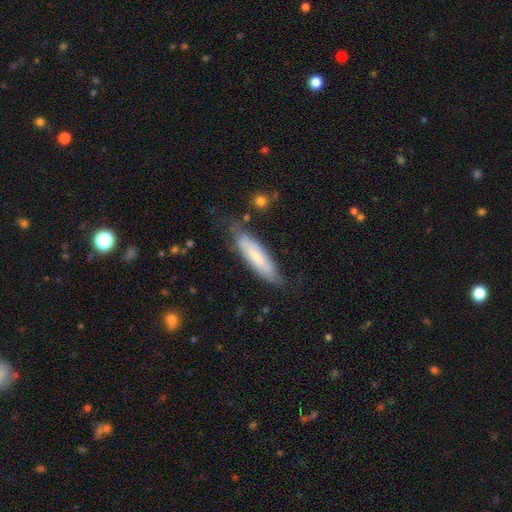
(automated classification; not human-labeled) smooth 64%, featured or disk 30%, star or artifact 6%. Down the decision tree: how rounded — cigar-shaped (68%); merging — none (71%).